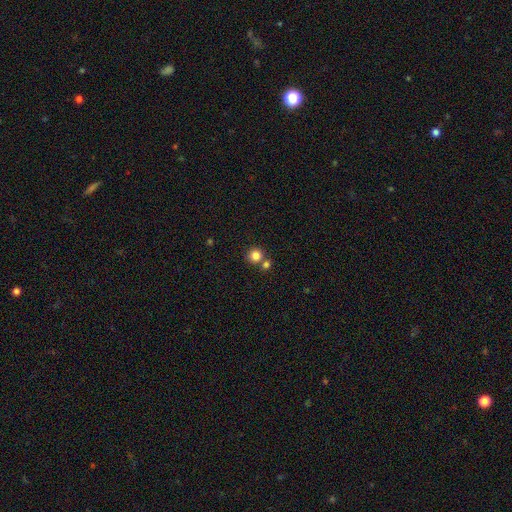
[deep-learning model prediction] The model was most divided on "merging": none: 63%, merger: 28%, minor disturbance: 7%, major disturbance: 3%. More confident: how rounded — round (91%); smooth or featured — smooth (83%).